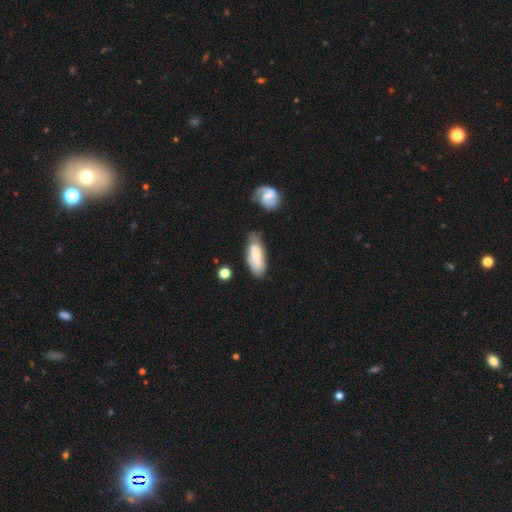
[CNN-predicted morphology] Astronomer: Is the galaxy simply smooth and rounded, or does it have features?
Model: smooth — 59% (runner-up: featured or disk, 34%).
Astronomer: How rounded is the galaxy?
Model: in between — 75%.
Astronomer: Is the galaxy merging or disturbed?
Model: none — 57%.